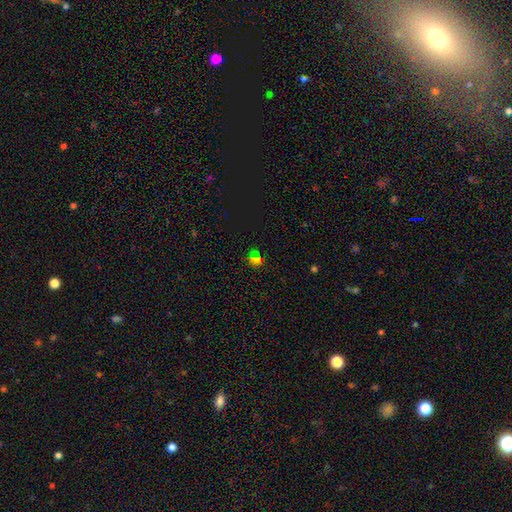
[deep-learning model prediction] Q: Smooth or featured?
A: smooth (48%); runner-up: star or artifact (44%)
Q: Merging?
A: none (82%); runner-up: minor disturbance (11%)